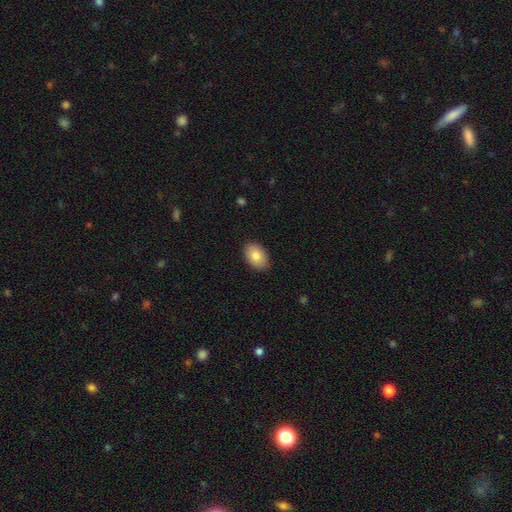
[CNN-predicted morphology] This is clearly a smooth galaxy (83%). How rounded: clearly in between (88%). Merging: clearly none (87%).